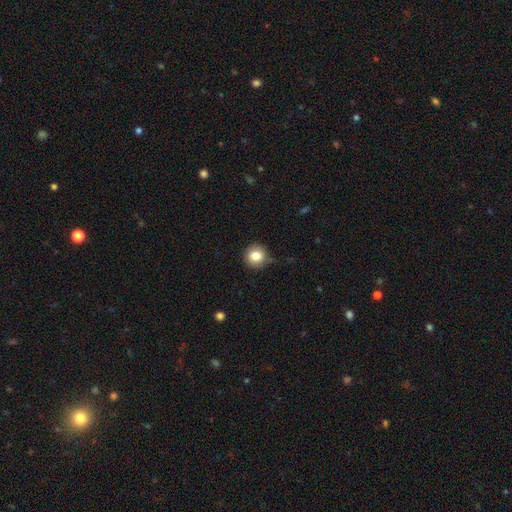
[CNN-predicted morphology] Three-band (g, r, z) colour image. It shows a smooth galaxy with no disk features (82%) that is round (92%). Merging: none (77%).